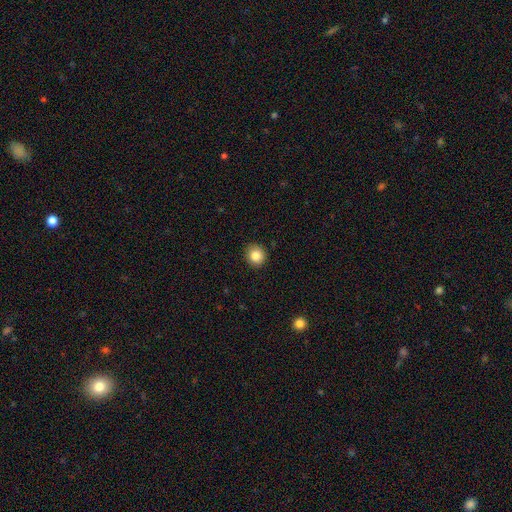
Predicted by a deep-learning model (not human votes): Overall: smooth (85%). How rounded: round (90%). Merging: none (91%).